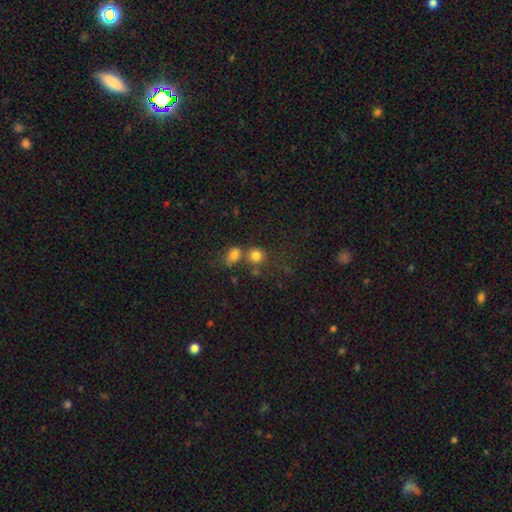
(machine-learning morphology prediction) type=smooth (79%); roundness=round (77%); merging=none (51%).